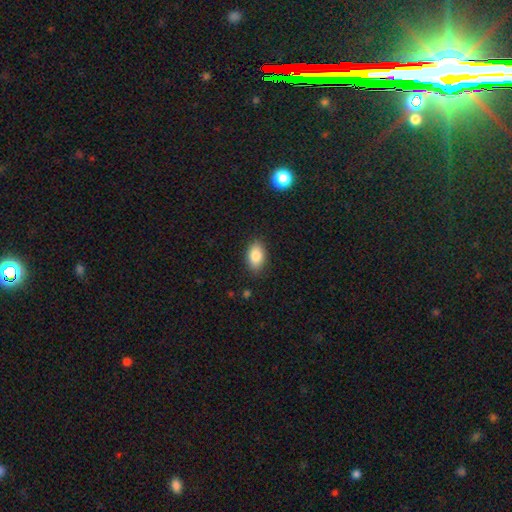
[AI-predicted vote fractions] Smooth or featured? smooth (85%)
How rounded? in between (91%)
Merging? none (86%)